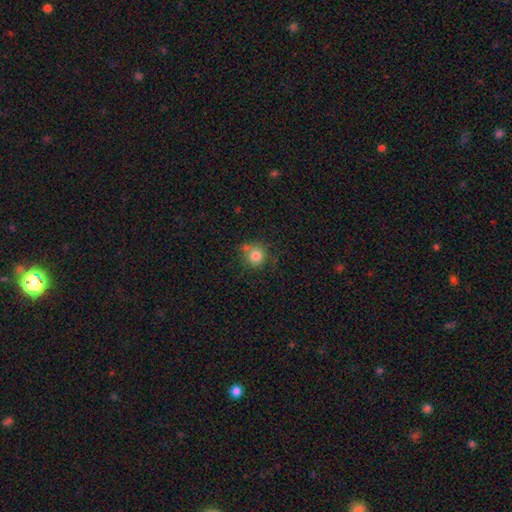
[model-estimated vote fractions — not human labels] Morphology: type=smooth (81%); roundness=round (90%); merging=none (65%).